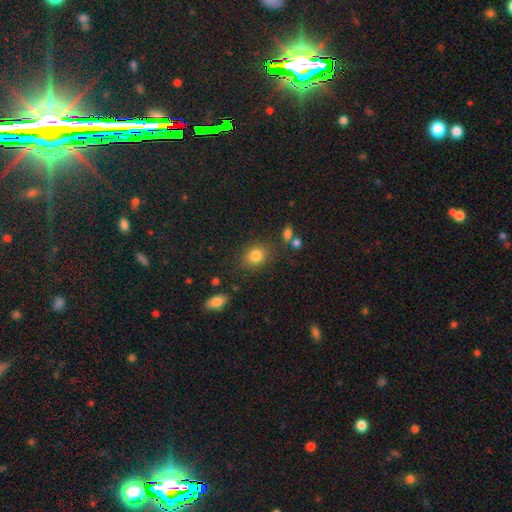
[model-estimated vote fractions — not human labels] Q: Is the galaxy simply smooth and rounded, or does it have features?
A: smooth — 83%.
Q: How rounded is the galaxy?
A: round — 57%.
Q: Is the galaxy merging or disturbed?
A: none — 80%.